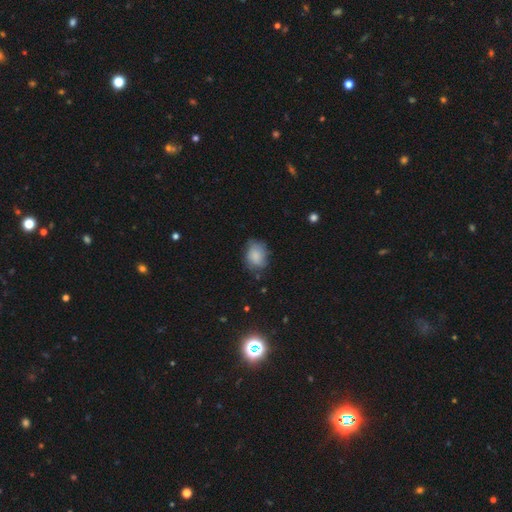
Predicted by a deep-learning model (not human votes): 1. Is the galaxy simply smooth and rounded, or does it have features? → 79% smooth, 13% featured or disk, 8% star or artifact.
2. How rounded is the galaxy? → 59% in between, 40% round, 1% cigar-shaped.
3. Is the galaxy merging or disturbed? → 61% none, 29% minor disturbance, 8% major disturbance, 2% merger.